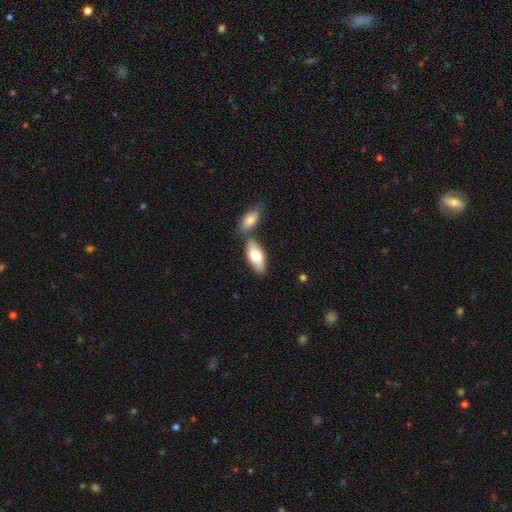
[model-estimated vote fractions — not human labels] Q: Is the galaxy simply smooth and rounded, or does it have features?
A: smooth — 74%.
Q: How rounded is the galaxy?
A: in between — 84%.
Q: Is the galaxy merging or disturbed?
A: none — 59%.